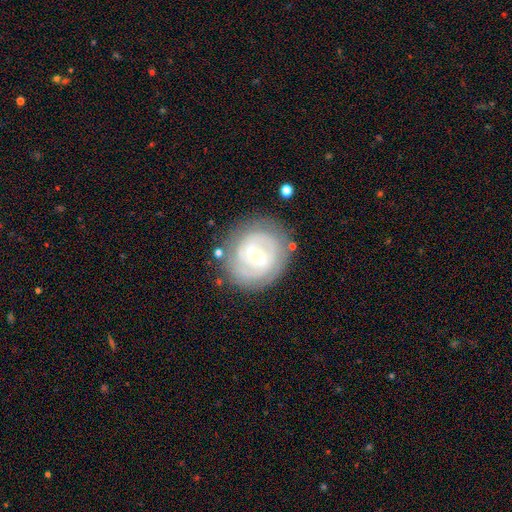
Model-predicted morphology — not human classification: smooth-or-featured: featured or disk: 80% | smooth: 14% | star or artifact: 6%
  disk-edge-on: no: 96% | yes: 4%
    bar: weak: 51% | strong: 36% | no: 13%
    has-spiral-arms: yes: 88% | no: 12%
      spiral-winding: tight: 64% | medium: 28% | loose: 8%
      spiral-arm-count: 2: 43% | can't tell: 31% | 3: 14% | 4: 5% | 1: 4% | more than 4: 3%
    bulge-size: small: 56% | moderate: 40% | large: 2% | none: 1% | dominant: 1%
  merging: none: 80% | minor disturbance: 13% | major disturbance: 5% | merger: 2%